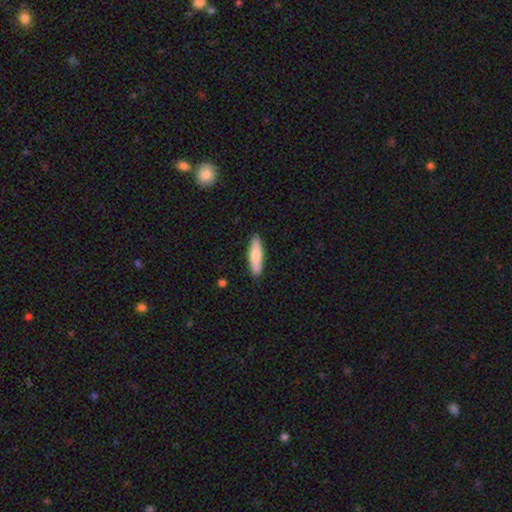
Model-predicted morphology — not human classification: This appears to be a smooth galaxy with no disk features (76%) that is cigar-shaped (69%). Merging: none (89%).